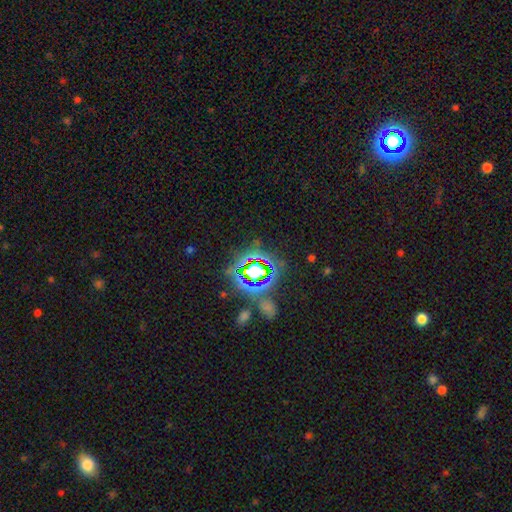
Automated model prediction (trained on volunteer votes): star or artifact 79%, smooth 12%, featured or disk 9%.